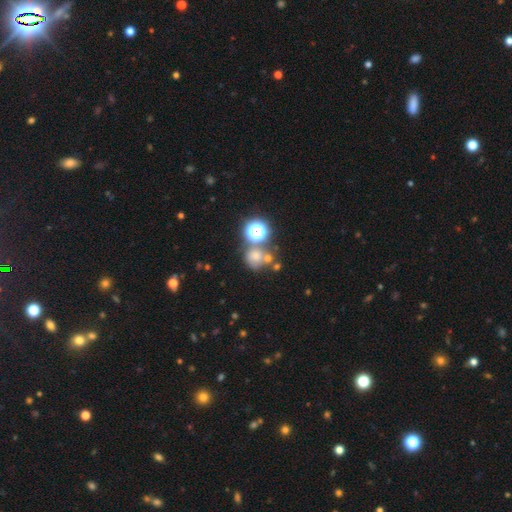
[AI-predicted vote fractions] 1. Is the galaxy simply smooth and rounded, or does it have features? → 60% smooth, 25% star or artifact, 15% featured or disk.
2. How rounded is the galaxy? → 82% round, 17% in between, 1% cigar-shaped.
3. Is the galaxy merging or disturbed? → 49% none, 31% merger, 12% minor disturbance, 8% major disturbance.